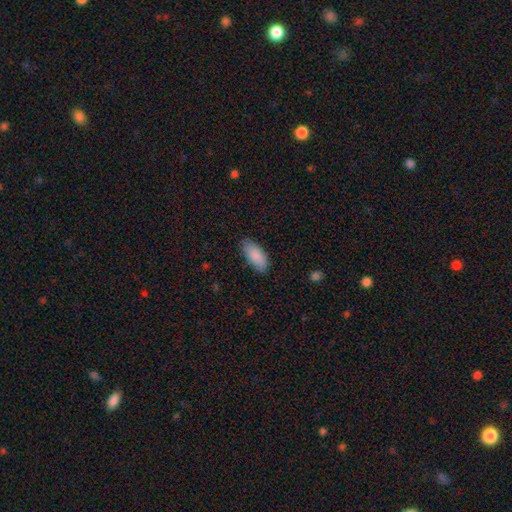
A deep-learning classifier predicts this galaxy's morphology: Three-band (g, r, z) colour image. It shows a smooth galaxy with no disk features (88%) that is in between round and cigar-shaped (89%). Merging: none (81%).